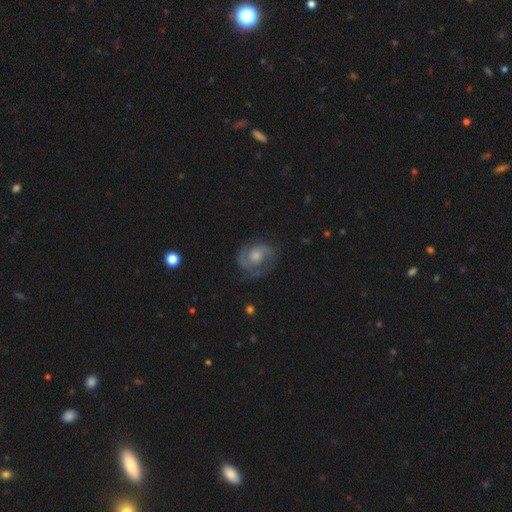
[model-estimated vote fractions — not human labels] This is clearly a featured or disk galaxy (81%). It is clearly not viewed edge-on (98%). Bar: likely no (68%). Spiral arm pattern: clearly yes (95%). Spiral arm count: clearly 2 (83%). Spiral winding: possibly medium (46%). Central bulge: possibly moderate (53%). Merging: likely none (73%).